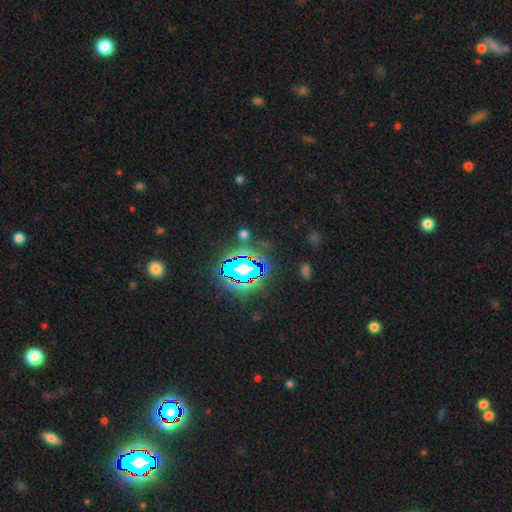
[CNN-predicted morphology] smooth-or-featured: star or artifact: 81% | smooth: 11% | featured or disk: 7%